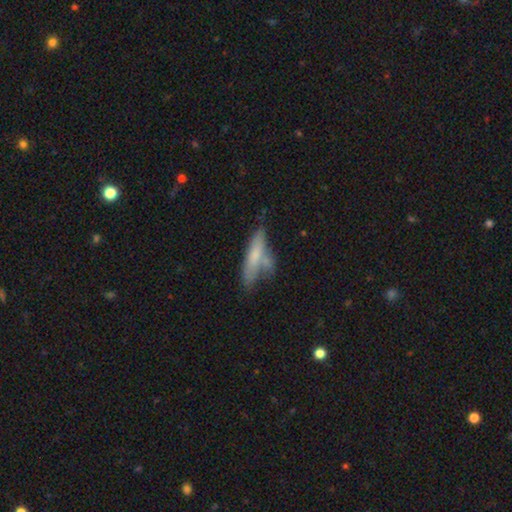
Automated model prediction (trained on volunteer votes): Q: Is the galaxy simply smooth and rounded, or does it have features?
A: smooth — 63%.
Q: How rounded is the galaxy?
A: cigar-shaped — 67%.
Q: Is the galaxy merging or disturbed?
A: none — 41%.